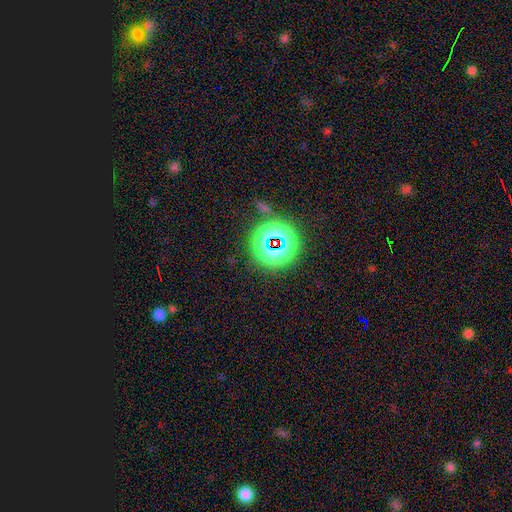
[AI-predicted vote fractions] Smooth or featured?
  - star or artifact: 74% *
  - smooth: 18%
  - featured or disk: 9%